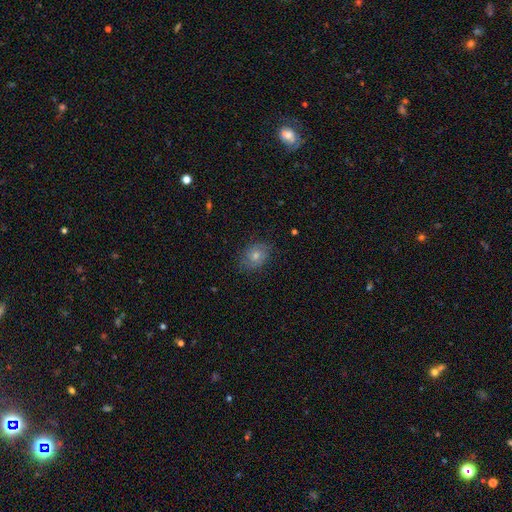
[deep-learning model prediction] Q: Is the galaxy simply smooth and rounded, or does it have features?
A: smooth — 50%.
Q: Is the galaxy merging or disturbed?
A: none — 81%.